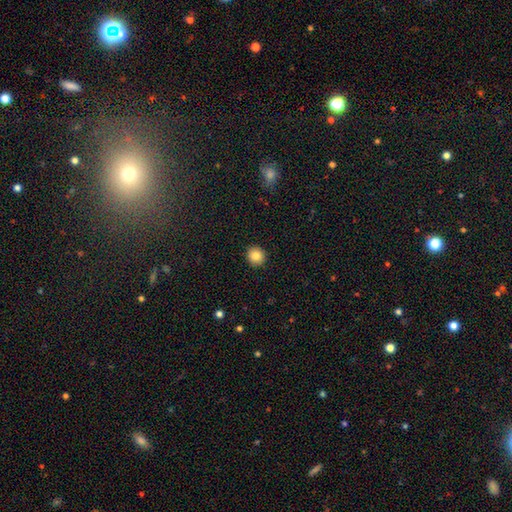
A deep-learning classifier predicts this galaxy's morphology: smooth_or_featured: smooth (p=0.84) [alt: star or artifact p=0.10]
how_rounded: round (p=0.90) [alt: in between p=0.09]
merging: none (p=0.92) [alt: minor disturbance p=0.05]